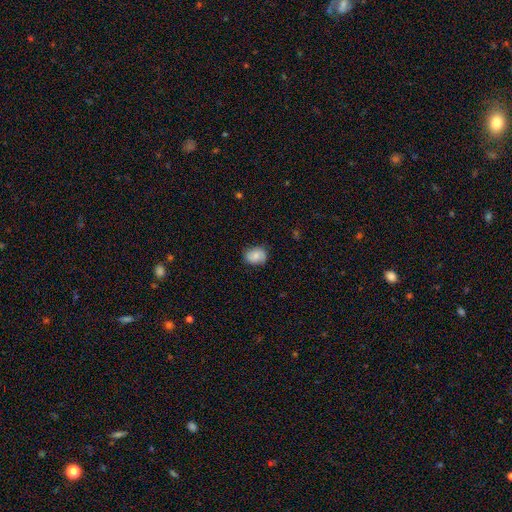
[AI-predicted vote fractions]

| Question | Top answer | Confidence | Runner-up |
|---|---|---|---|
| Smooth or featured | smooth | 74% | featured or disk (18%) |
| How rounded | in between | 58% | round (41%) |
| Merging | none | 80% | minor disturbance (16%) |